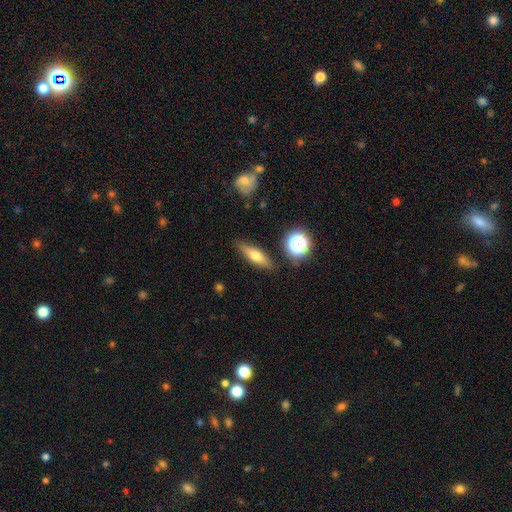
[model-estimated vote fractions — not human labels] Morphology: type=smooth (57%); roundness=cigar-shaped (53%); merging=none (85%).